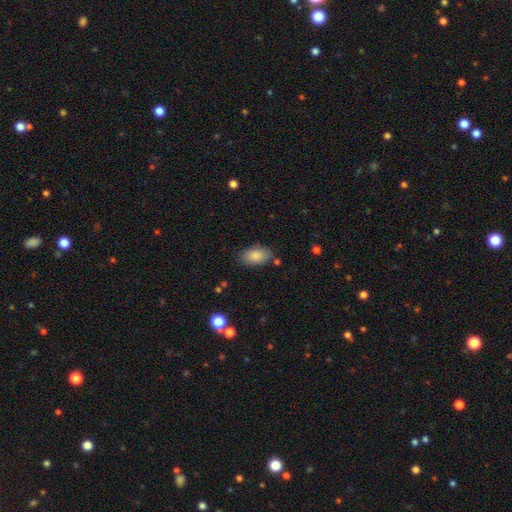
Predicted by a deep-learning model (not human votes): This is clearly a smooth galaxy (85%). How rounded: clearly in between (93%). Merging: clearly none (81%).